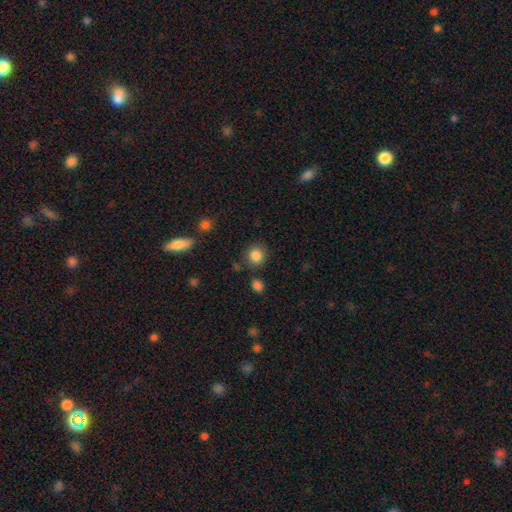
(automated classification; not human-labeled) This is clearly a smooth galaxy (86%). How rounded: clearly round (85%). Merging: clearly none (82%).